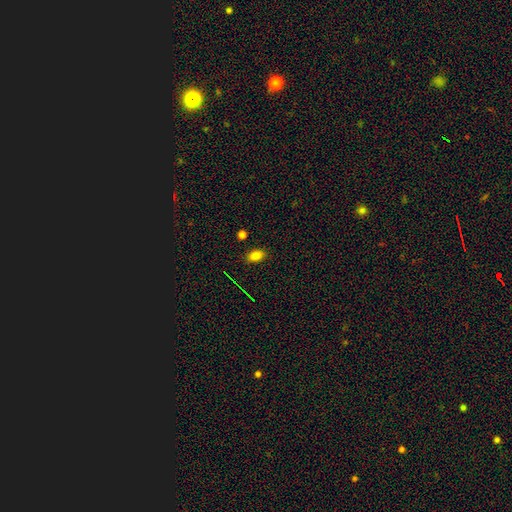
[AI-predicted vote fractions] This appears to be a smooth galaxy with no disk features (80%) that is in between round and cigar-shaped (87%). Merging: none (86%).